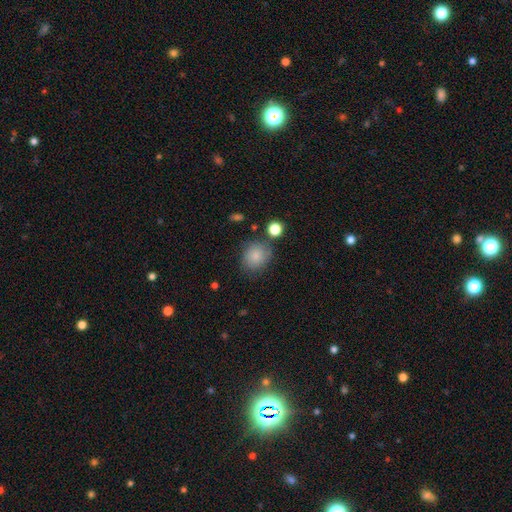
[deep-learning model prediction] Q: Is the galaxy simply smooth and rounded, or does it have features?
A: smooth — 83%.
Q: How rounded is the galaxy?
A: round — 77%.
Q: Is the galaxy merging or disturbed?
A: none — 72%.